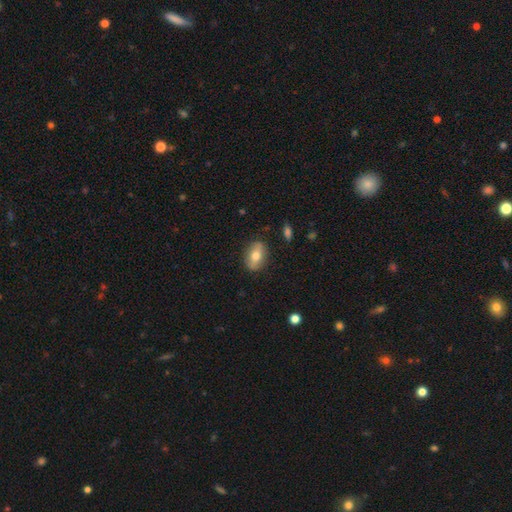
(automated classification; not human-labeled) This is likely a smooth galaxy (60%). How rounded: clearly in between (81%). Merging: clearly none (84%).